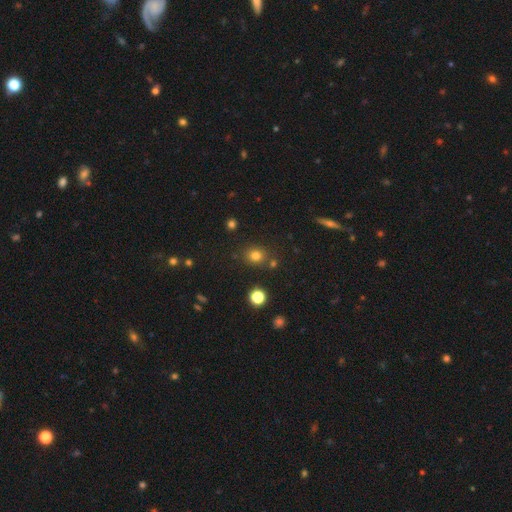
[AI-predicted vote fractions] Smooth or featured? smooth (77%)
How rounded? round (75%)
Merging? none (79%)